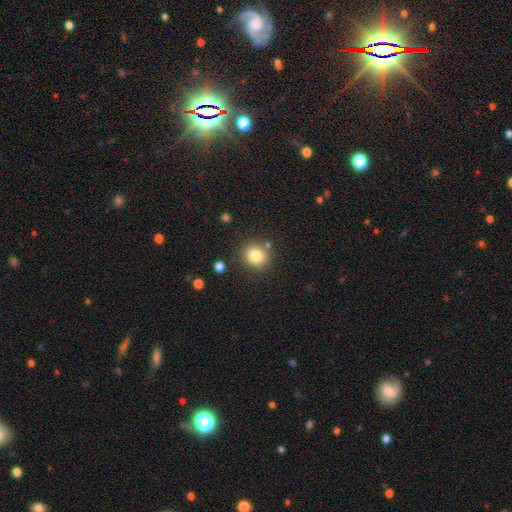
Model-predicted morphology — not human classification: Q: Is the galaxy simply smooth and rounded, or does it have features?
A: smooth — 81%.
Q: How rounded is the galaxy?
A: round — 84%.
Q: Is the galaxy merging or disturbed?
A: none — 82%.